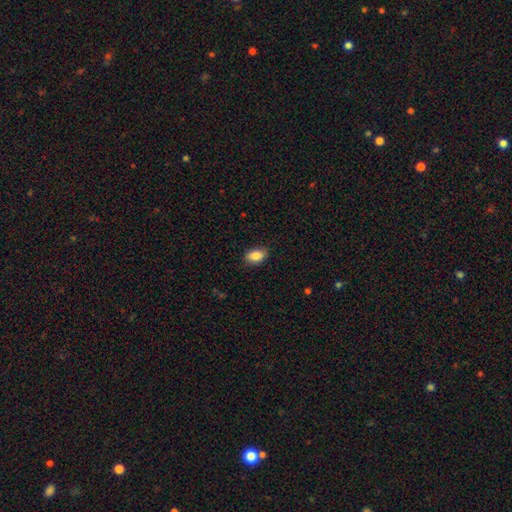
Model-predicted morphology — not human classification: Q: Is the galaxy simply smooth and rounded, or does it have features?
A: smooth — 86%.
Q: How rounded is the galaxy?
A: in between — 87%.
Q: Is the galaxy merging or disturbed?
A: none — 84%.